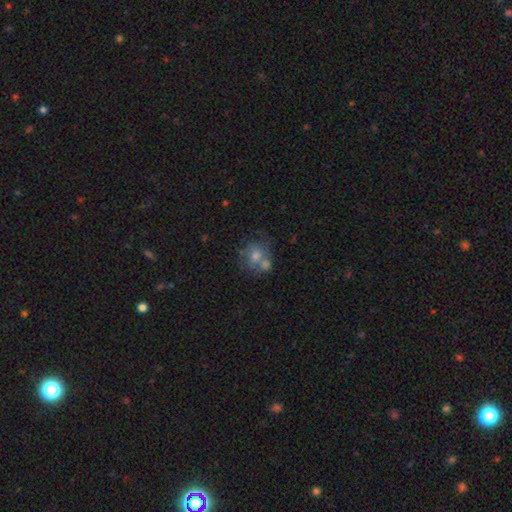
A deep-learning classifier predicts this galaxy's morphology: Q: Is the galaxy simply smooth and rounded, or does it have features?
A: smooth — 56%.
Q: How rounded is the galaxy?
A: round — 77%.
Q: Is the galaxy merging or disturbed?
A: none — 41%.